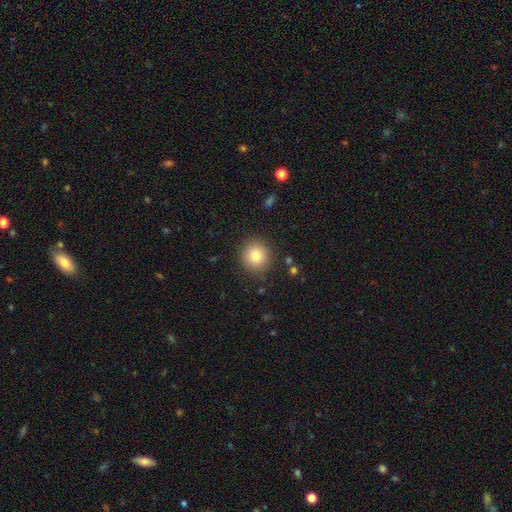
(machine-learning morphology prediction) Smooth or featured: smooth — 82% (star or artifact — 10%)
How rounded: round — 90% (in between — 9%)
Merging: none — 88% (minor disturbance — 8%)